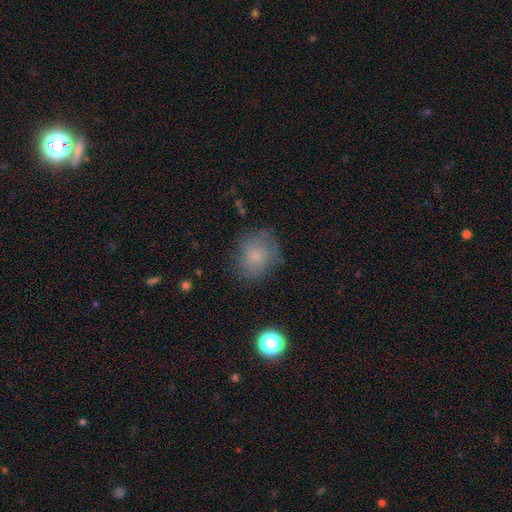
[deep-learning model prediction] The model was most divided on "how rounded": round: 66%, in between: 33%, cigar-shaped: 1%. More confident: smooth or featured — smooth (68%); merging — none (67%).